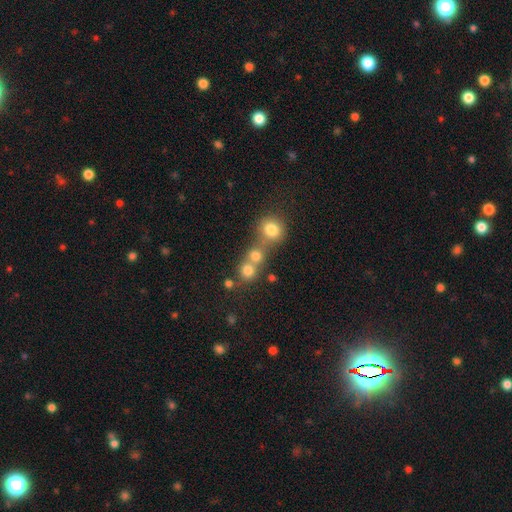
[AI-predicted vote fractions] Overall: smooth (75%). How rounded: round (85%). Merging: merger (45%, tied with none).